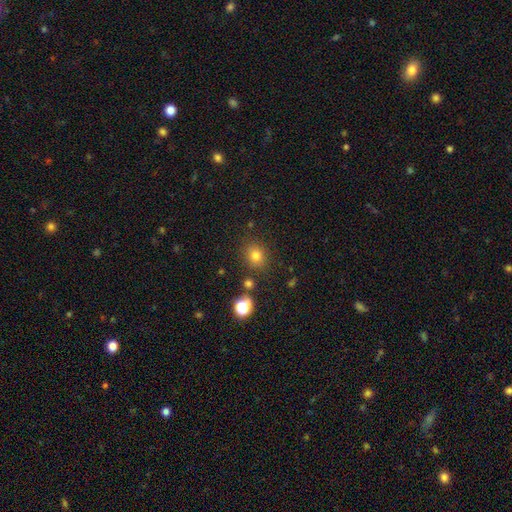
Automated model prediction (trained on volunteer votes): This appears to be a smooth galaxy with no disk features (78%) that is round (77%). Merging: none (83%).